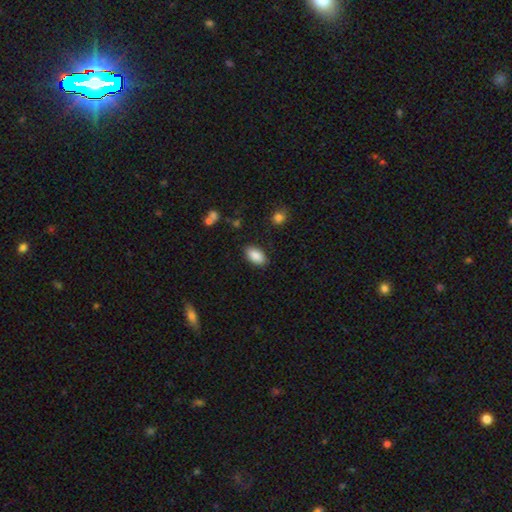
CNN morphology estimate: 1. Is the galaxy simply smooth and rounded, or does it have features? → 88% smooth, 7% star or artifact, 5% featured or disk.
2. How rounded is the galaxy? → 94% in between, 4% round, 2% cigar-shaped.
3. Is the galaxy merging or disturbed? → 87% none, 9% minor disturbance, 2% major disturbance, 1% merger.